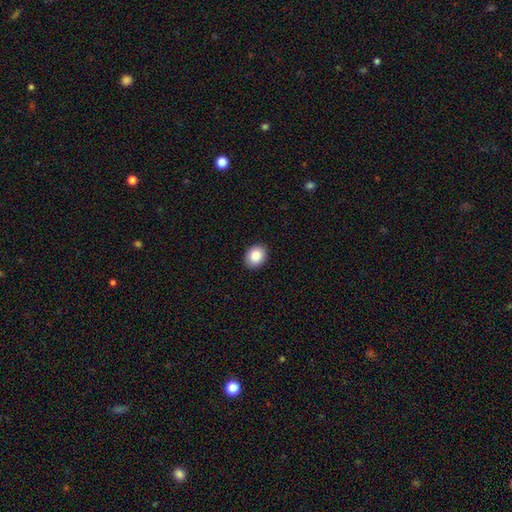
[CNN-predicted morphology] Smooth or featured? smooth (88%)
How rounded? in between (50%)
Merging? none (91%)